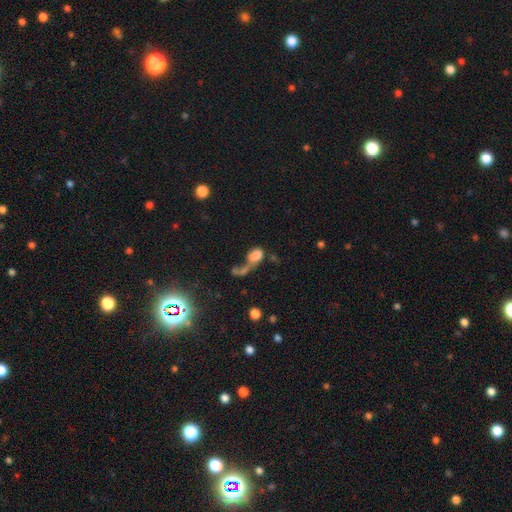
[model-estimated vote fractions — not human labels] Smooth or featured? Predicted: smooth (p=0.64). How rounded? Predicted: in between (p=0.73). Merging? Predicted: merger (p=0.46).